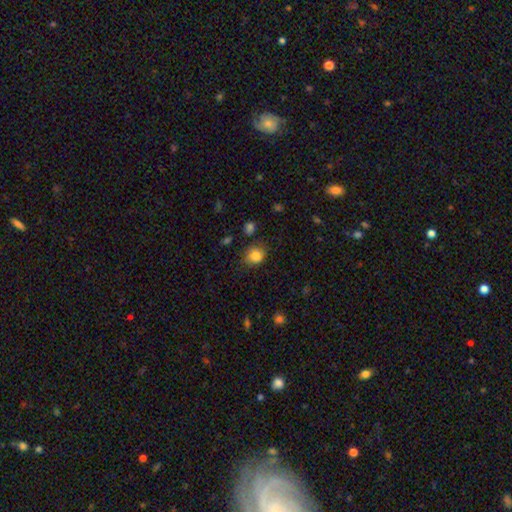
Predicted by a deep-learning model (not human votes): Q: Smooth or featured?
A: smooth (84%); runner-up: star or artifact (10%)
Q: How rounded?
A: round (66%); runner-up: in between (34%)
Q: Merging?
A: none (73%); runner-up: minor disturbance (20%)